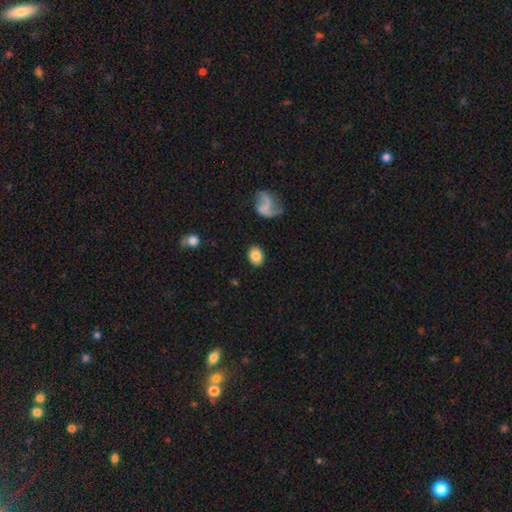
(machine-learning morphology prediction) Smooth or featured? Predicted: smooth (p=0.81). How rounded? Predicted: in between (p=0.64). Merging? Predicted: none (p=0.85).